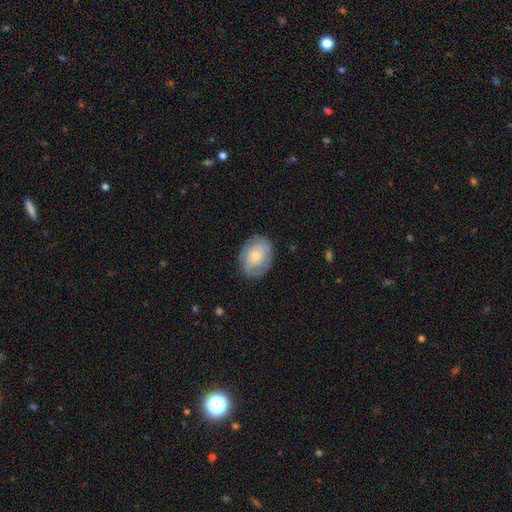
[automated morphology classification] smooth 49%, featured or disk 44%, star or artifact 7%. Down the decision tree: merging — none (79%).